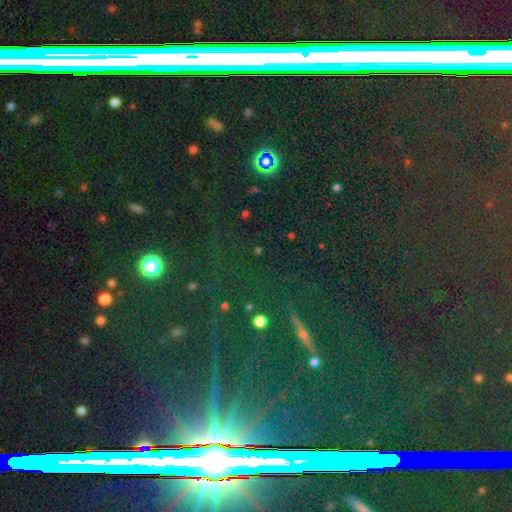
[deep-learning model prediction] Smooth or featured? Predicted: star or artifact (p=0.76).